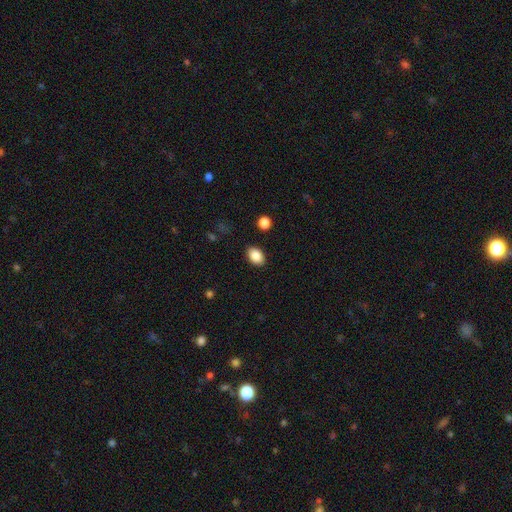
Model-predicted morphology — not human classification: smooth-or-featured: smooth: 87% | star or artifact: 8% | featured or disk: 5%
  how-rounded: in between: 82% | round: 17% | cigar-shaped: 1%
  merging: none: 87% | minor disturbance: 9% | major disturbance: 2% | merger: 1%